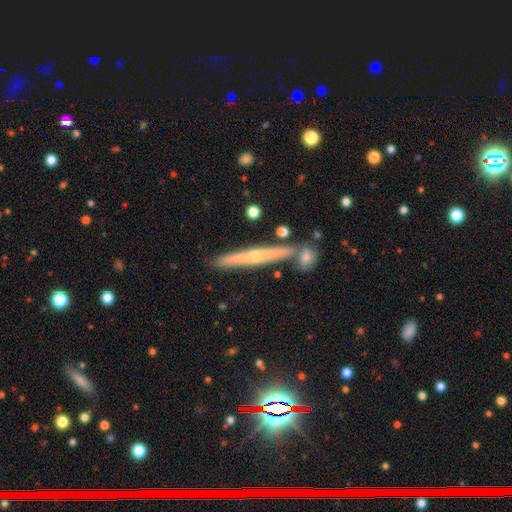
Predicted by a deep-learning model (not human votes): Q: Smooth or featured?
A: featured or disk (61%); runner-up: smooth (32%)
Q: Edge-on disk?
A: yes (96%); runner-up: no (4%)
Q: Edge-on bulge?
A: rounded (64%); runner-up: none (32%)
Q: Merging?
A: none (82%); runner-up: minor disturbance (9%)